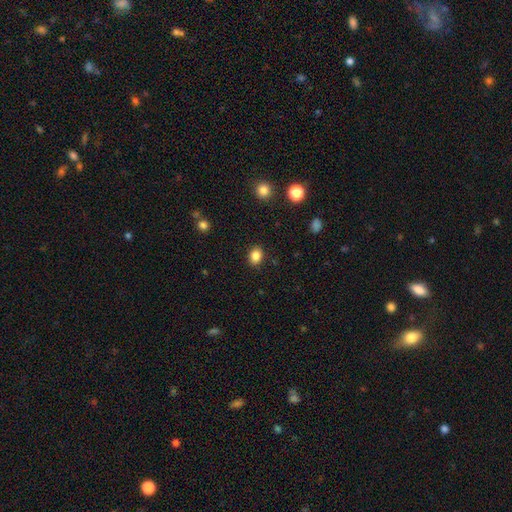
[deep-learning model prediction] A smooth galaxy with no disk features (85%) that is round (51%). Merging: none (89%).